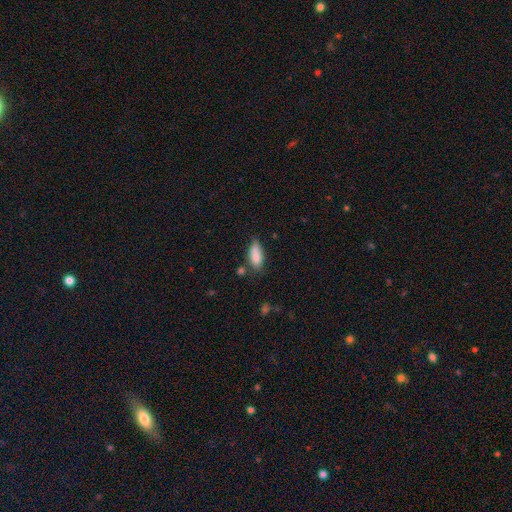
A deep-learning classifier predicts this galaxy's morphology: smooth_or_featured: smooth (p=0.82) [alt: featured or disk p=0.10]
how_rounded: in between (p=0.76) [alt: cigar-shaped p=0.21]
merging: none (p=0.58) [alt: minor disturbance p=0.29]